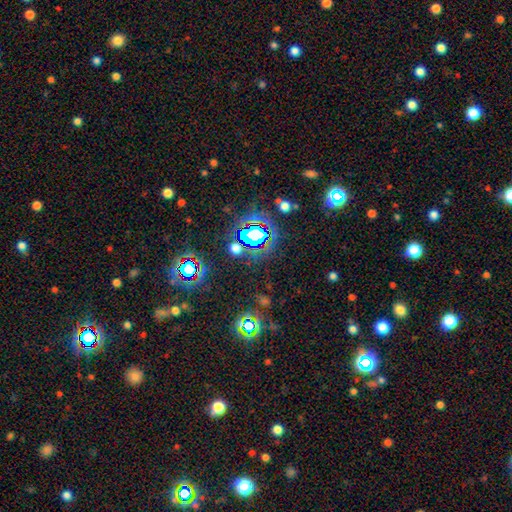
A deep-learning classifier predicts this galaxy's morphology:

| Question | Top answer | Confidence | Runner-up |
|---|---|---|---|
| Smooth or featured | star or artifact | 78% | smooth (15%) |